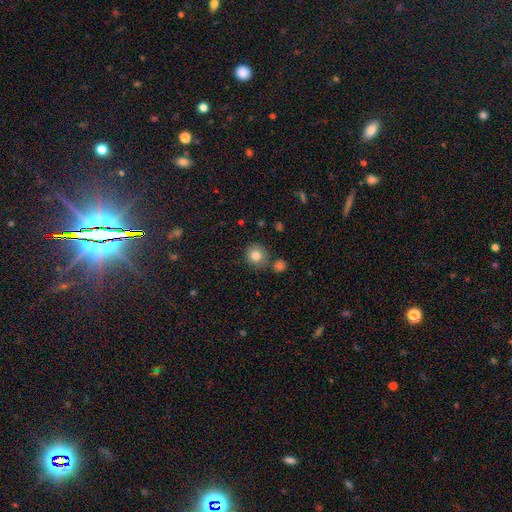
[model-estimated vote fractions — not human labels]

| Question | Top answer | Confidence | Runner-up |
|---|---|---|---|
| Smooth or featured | smooth | 82% | star or artifact (10%) |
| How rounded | round | 87% | in between (12%) |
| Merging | none | 76% | minor disturbance (11%) |